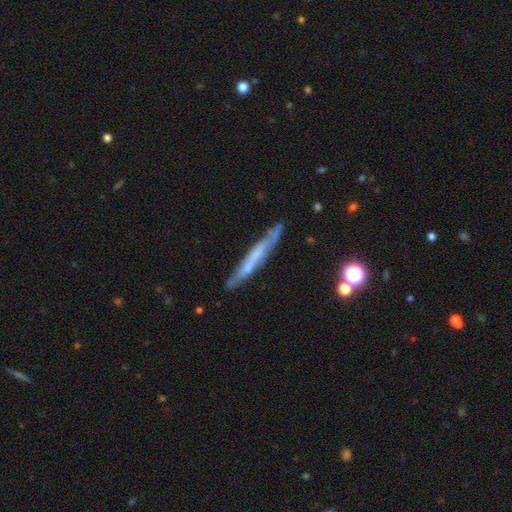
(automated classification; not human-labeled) Q: Smooth or featured?
A: featured or disk (57%); runner-up: smooth (35%)
Q: Edge-on disk?
A: yes (81%); runner-up: no (19%)
Q: Merging?
A: none (76%); runner-up: minor disturbance (17%)